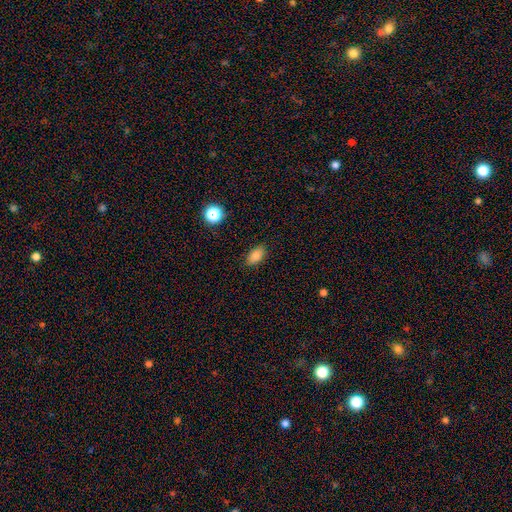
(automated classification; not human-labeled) Smooth or featured? Predicted: smooth (p=0.84). How rounded? Predicted: in between (p=0.90). Merging? Predicted: none (p=0.87).